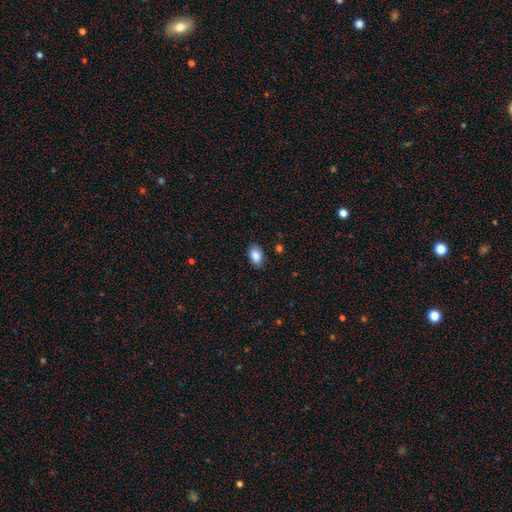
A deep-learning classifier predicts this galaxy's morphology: The model was most divided on "merging": none: 85%, minor disturbance: 11%, major disturbance: 2%, merger: 1%. More confident: how rounded — in between (89%); smooth or featured — smooth (87%).